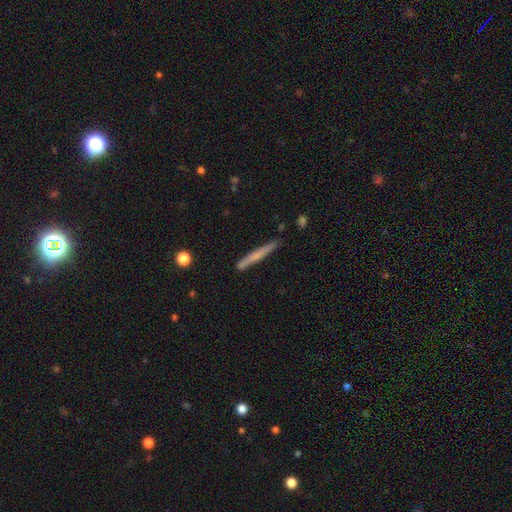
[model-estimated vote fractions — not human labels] smooth 57%, featured or disk 37%, star or artifact 6%. Down the decision tree: how rounded — cigar-shaped (96%); merging — none (84%).